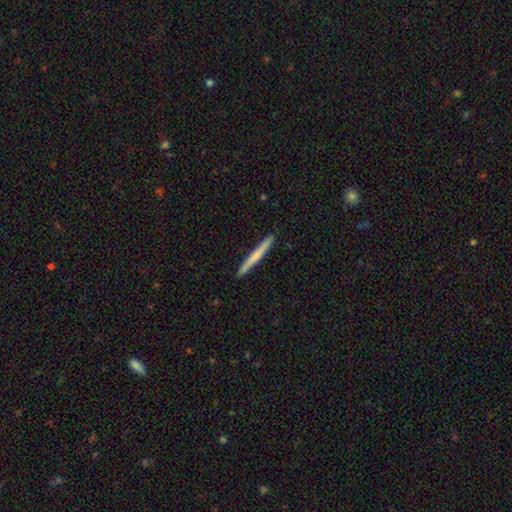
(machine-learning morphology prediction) smooth 62%, featured or disk 33%, star or artifact 5%. Down the decision tree: how rounded — cigar-shaped (97%); merging — none (92%).